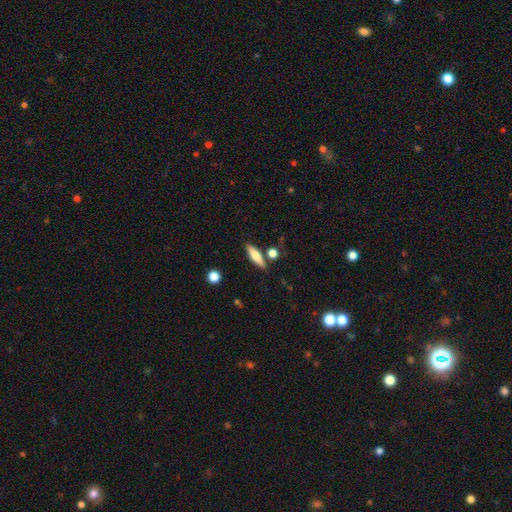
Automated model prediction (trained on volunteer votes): smooth-or-featured: smooth: 62% | featured or disk: 31% | star or artifact: 7%
  how-rounded: cigar-shaped: 68% | in between: 28% | round: 3%
  merging: none: 81% | minor disturbance: 10% | merger: 7% | major disturbance: 3%